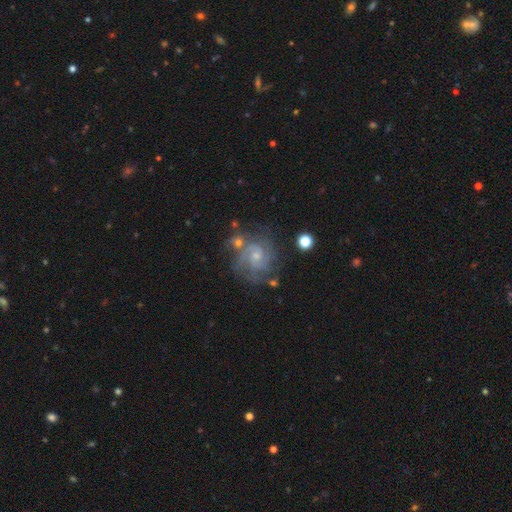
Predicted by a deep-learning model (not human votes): A featured or disk galaxy (86%) with no bar (64%), 2 (35%) tight (58%) spiral arms (97%) and a small central bulge (68%).

Vote fractions:
- Smooth or featured? featured or disk: 86% / star or artifact: 7% / smooth: 7%
- Edge-on disk? no: 98% / yes: 2%
- Bar? no: 64% / weak: 31% / strong: 5%
- Spiral arms? yes: 97% / no: 3%
- Spiral winding? tight: 58% / medium: 35% / loose: 7%
- Spiral arm count? 2: 35% / 3: 27% / can't tell: 19% / 4: 9% / 1: 5% / more than 4: 5%
- Bulge size? small: 68% / moderate: 26% / none: 4% / large: 1% / dominant: 1%
- Merging? none: 66% / minor disturbance: 17% / merger: 9% / major disturbance: 8%